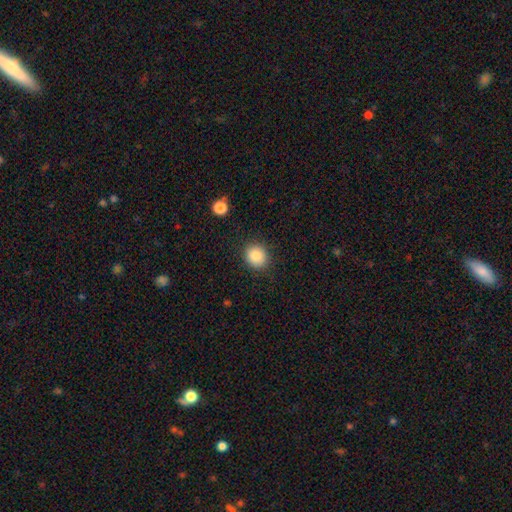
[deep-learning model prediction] This appears to be a smooth galaxy with no disk features (86%) that is round (77%). Merging: none (88%).